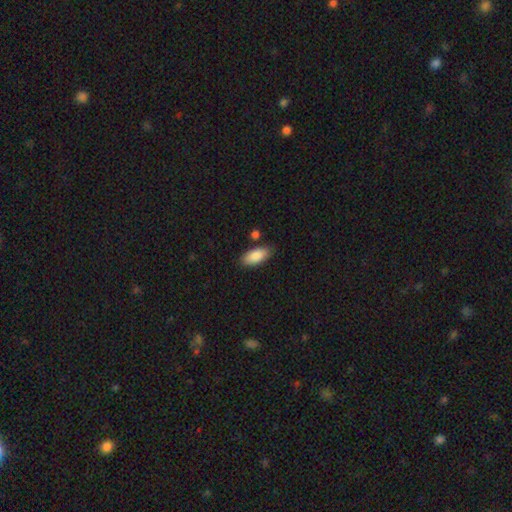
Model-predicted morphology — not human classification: This appears to be a smooth galaxy with no disk features (87%) that is in between round and cigar-shaped (89%). Merging: none (79%).